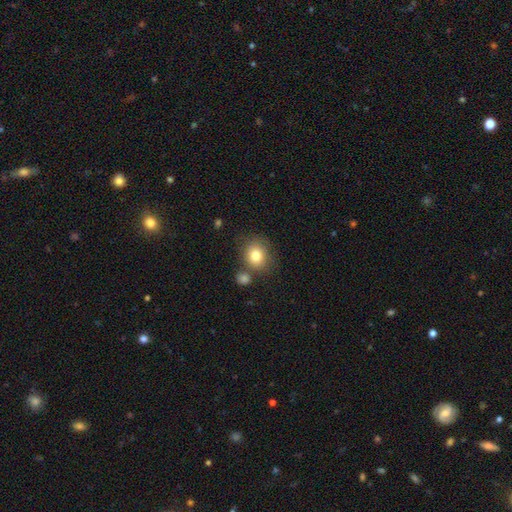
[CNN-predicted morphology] A smooth galaxy with no disk features (80%) that is round (75%).

Vote fractions:
- Smooth or featured? smooth: 80% / featured or disk: 10% / star or artifact: 10%
- How rounded? round: 75% / in between: 24% / cigar-shaped: 1%
- Merging? none: 67% / merger: 16% / minor disturbance: 13% / major disturbance: 4%